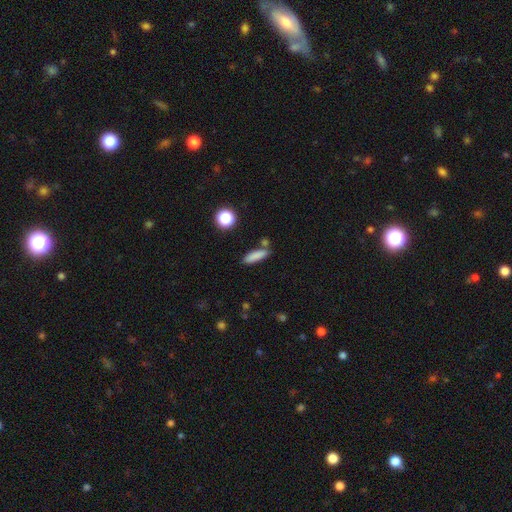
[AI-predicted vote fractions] This is clearly a smooth galaxy (83%). How rounded: likely cigar-shaped (60%). Merging: likely none (75%).